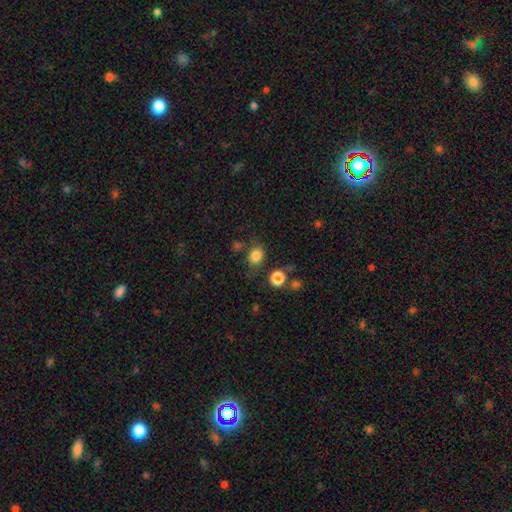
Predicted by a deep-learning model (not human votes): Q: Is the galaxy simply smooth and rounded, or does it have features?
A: smooth — 83%.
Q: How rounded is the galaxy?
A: round — 55%.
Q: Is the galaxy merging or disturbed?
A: none — 74%.